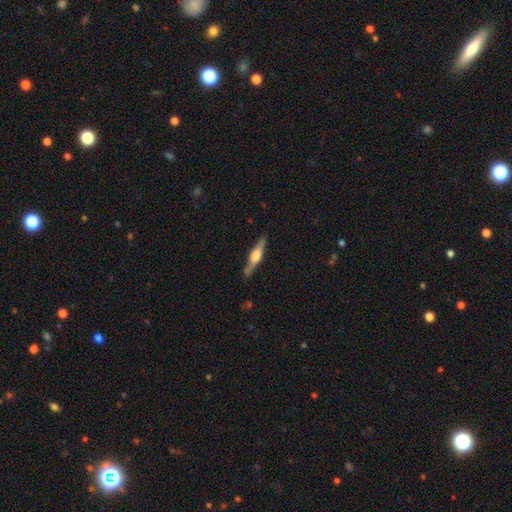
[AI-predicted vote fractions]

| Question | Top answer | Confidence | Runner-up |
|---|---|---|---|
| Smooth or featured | featured or disk | 69% | smooth (25%) |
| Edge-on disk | yes | 97% | no (3%) |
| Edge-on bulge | rounded | 86% | boxy (12%) |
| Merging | none | 86% | minor disturbance (10%) |